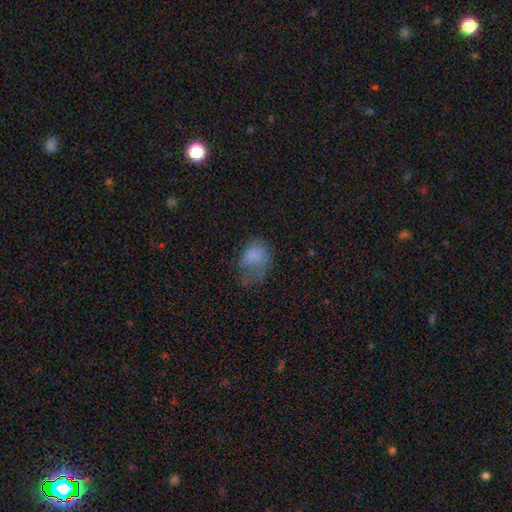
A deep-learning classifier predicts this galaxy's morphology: smooth_or_featured: smooth (p=0.66) [alt: featured or disk p=0.21]
how_rounded: in between (p=0.67) [alt: round p=0.32]
merging: major disturbance (p=0.49) [alt: minor disturbance p=0.24]